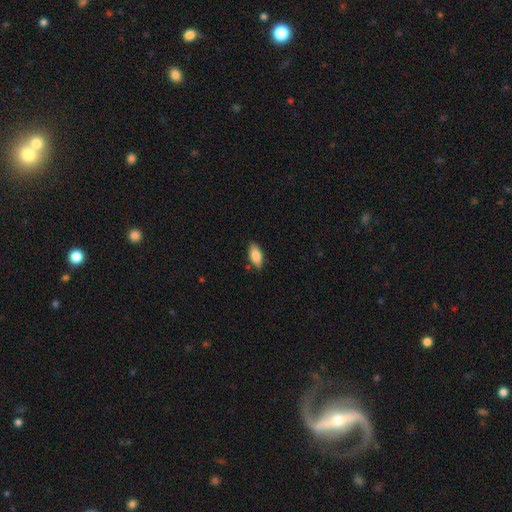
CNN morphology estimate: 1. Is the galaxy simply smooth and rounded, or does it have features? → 84% smooth, 10% featured or disk, 6% star or artifact.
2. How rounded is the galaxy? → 87% in between, 10% cigar-shaped, 3% round.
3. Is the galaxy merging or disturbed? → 83% none, 13% minor disturbance, 2% major disturbance, 1% merger.